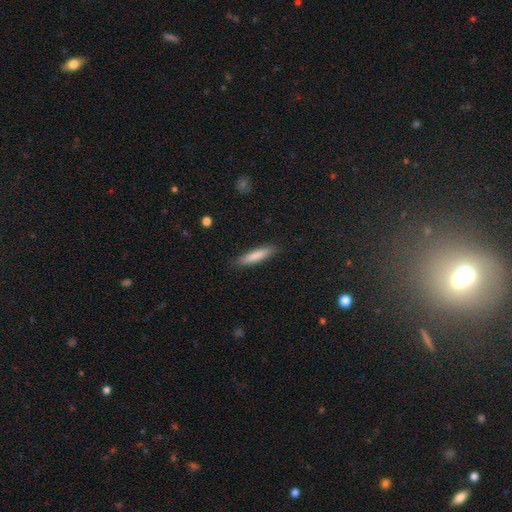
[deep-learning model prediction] Smooth or featured? smooth (83%)
How rounded? cigar-shaped (83%)
Merging? none (88%)